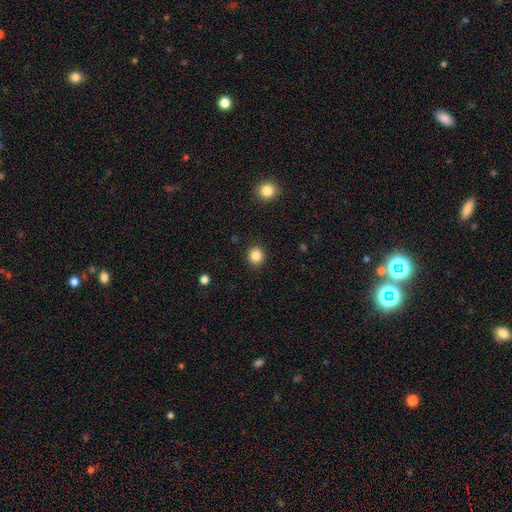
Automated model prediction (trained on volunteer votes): smooth_or_featured: smooth (p=0.85) [alt: star or artifact p=0.11]
how_rounded: round (p=0.88) [alt: in between p=0.11]
merging: none (p=0.91) [alt: minor disturbance p=0.06]